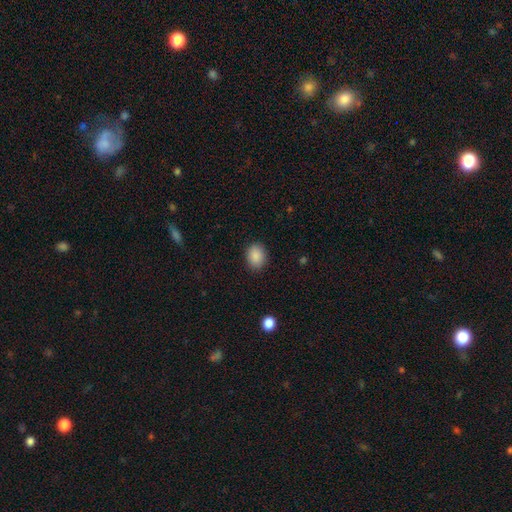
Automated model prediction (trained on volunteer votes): smooth_or_featured: smooth (p=0.88) [alt: star or artifact p=0.08]
how_rounded: in between (p=0.56) [alt: round p=0.43]
merging: none (p=0.87) [alt: minor disturbance p=0.09]